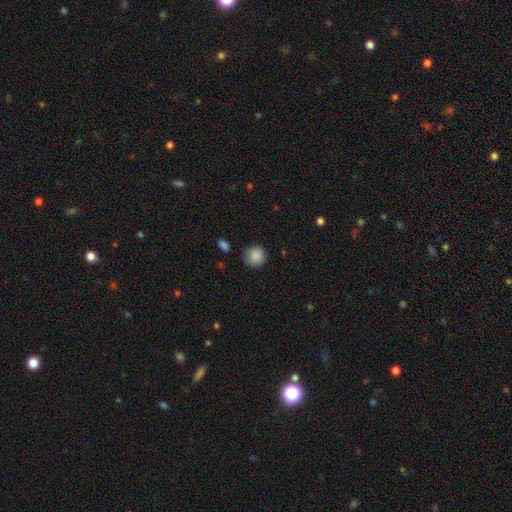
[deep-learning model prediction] Smooth or featured? smooth (88%)
How rounded? round (92%)
Merging? none (87%)